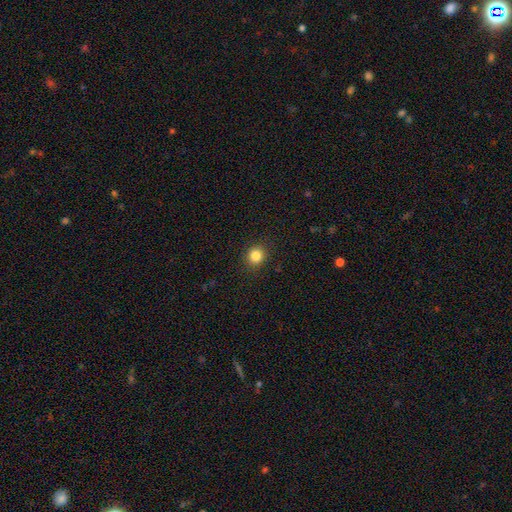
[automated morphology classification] smooth_or_featured: smooth (p=0.85) [alt: star or artifact p=0.11]
how_rounded: round (p=0.84) [alt: in between p=0.15]
merging: none (p=0.90) [alt: minor disturbance p=0.06]